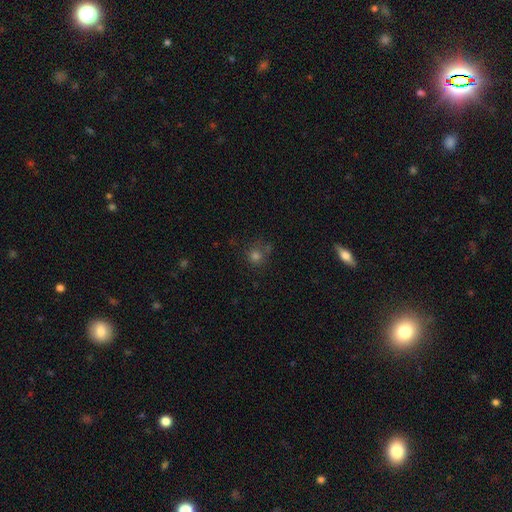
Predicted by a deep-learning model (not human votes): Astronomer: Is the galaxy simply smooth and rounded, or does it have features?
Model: smooth — 69%.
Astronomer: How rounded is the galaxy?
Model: round — 89%.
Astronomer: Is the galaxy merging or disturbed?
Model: none — 70%.